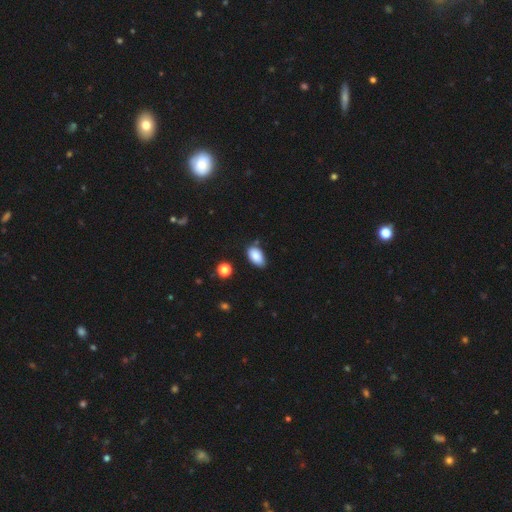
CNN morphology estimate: Q: Smooth or featured?
A: smooth (87%); runner-up: star or artifact (8%)
Q: How rounded?
A: in between (93%); runner-up: round (5%)
Q: Merging?
A: none (72%); runner-up: minor disturbance (21%)